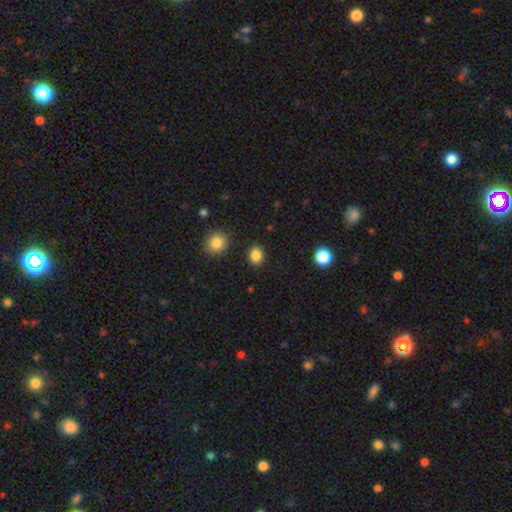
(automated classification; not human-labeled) Smooth or featured? smooth (86%)
How rounded? round (59%)
Merging? none (88%)